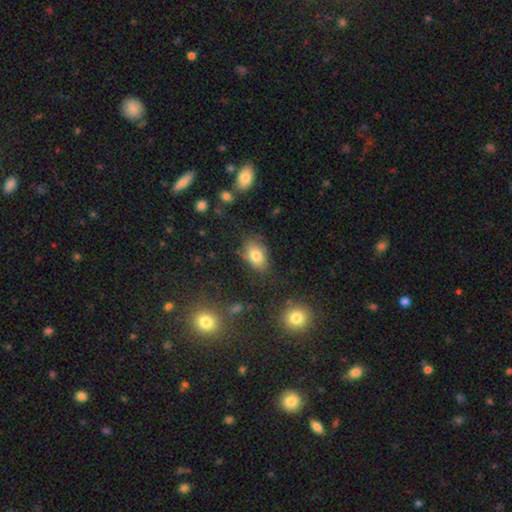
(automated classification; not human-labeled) Smooth or featured?
  - smooth: 77% *
  - featured or disk: 13%
  - star or artifact: 10%
How rounded?
  - in between: 87% *
  - round: 11%
  - cigar-shaped: 2%
Merging?
  - none: 71% *
  - minor disturbance: 20%
  - major disturbance: 6%
  - merger: 3%